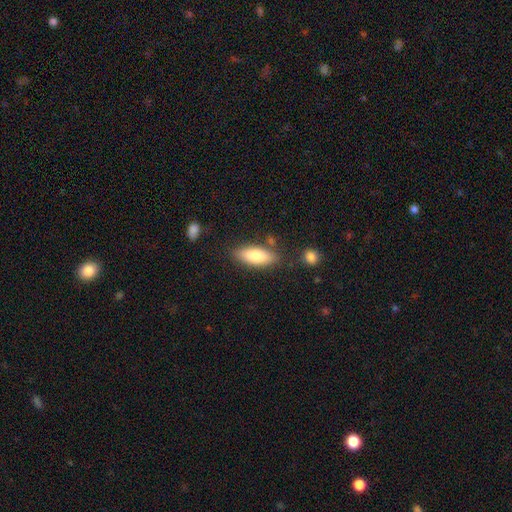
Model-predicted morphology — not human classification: A smooth galaxy with no disk features (80%) that is in between round and cigar-shaped (72%).

Vote fractions:
- Smooth or featured? smooth: 80% / featured or disk: 13% / star or artifact: 6%
- How rounded? in between: 72% / cigar-shaped: 26% / round: 2%
- Merging? none: 79% / minor disturbance: 13% / merger: 5% / major disturbance: 3%